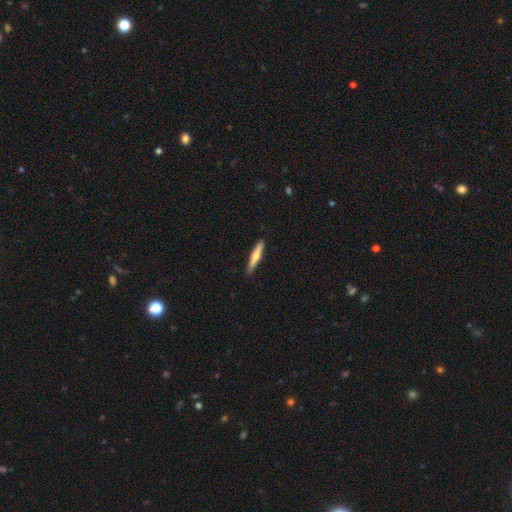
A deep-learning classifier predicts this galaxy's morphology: Q: Smooth or featured?
A: smooth (51%); runner-up: featured or disk (44%)
Q: How rounded?
A: cigar-shaped (90%); runner-up: in between (8%)
Q: Merging?
A: none (88%); runner-up: minor disturbance (10%)